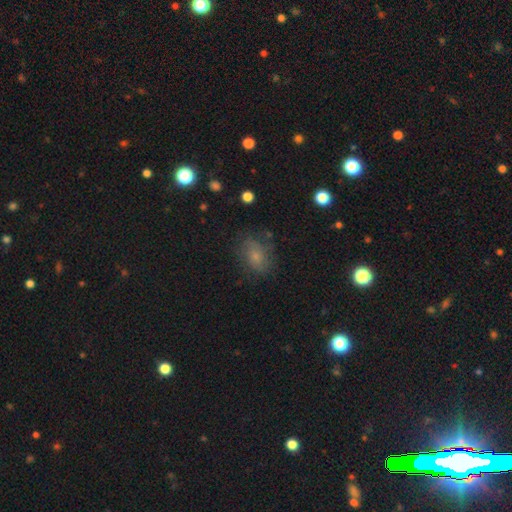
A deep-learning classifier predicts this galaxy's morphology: Smooth or featured: smooth — 54% (featured or disk — 31%)
How rounded: in between — 68% (round — 30%)
Merging: none — 67% (minor disturbance — 21%)